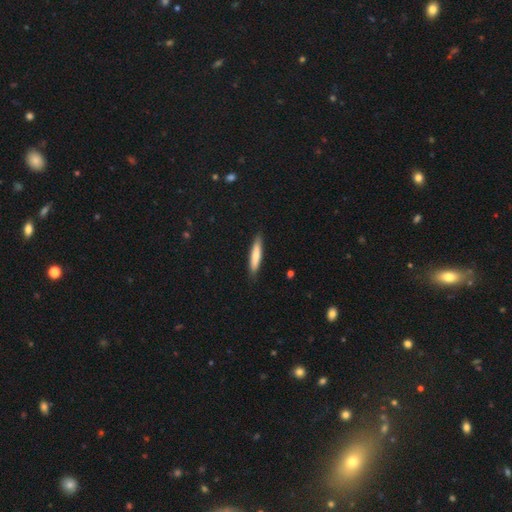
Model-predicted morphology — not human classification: A smooth galaxy with no disk features (74%) that is cigar-shaped (89%). Merging: none (88%).